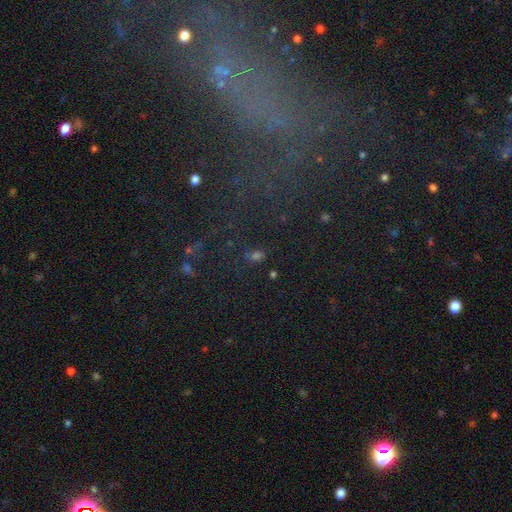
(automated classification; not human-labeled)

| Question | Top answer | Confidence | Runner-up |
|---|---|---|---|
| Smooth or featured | smooth | 50% | star or artifact (40%) |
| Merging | none | 71% | minor disturbance (14%) |